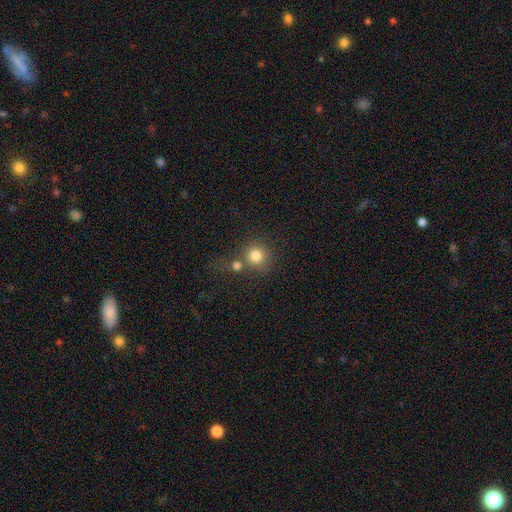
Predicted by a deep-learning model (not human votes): Smooth or featured: smooth — 79% (star or artifact — 12%)
How rounded: round — 91% (in between — 8%)
Merging: none — 57% (merger — 29%)